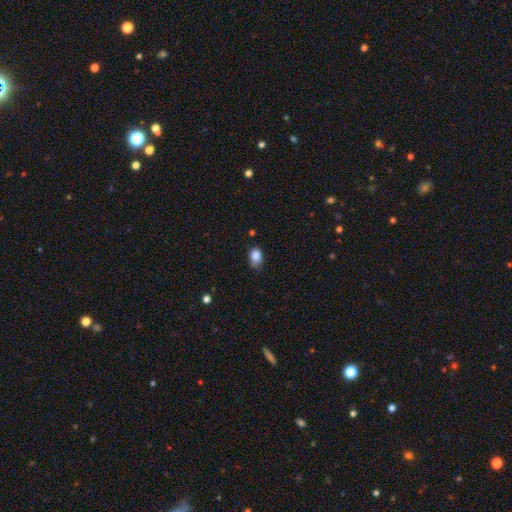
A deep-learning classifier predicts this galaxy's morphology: This appears to be a smooth galaxy with no disk features (86%) that is in between round and cigar-shaped (70%). Merging: none (61%).